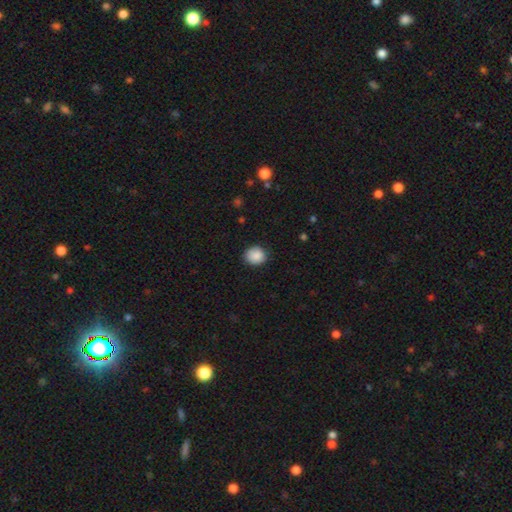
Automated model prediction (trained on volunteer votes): Overall: smooth (88%). How rounded: round (77%). Merging: none (84%).